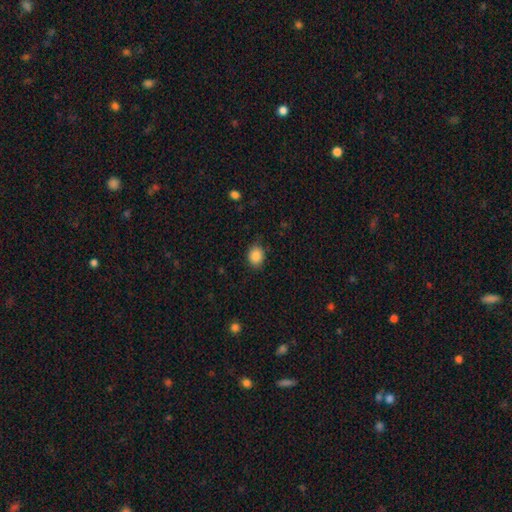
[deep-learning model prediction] The model was most divided on "how rounded": round: 56%, in between: 43%, cigar-shaped: 1%. More confident: smooth or featured — smooth (87%); merging — none (83%).